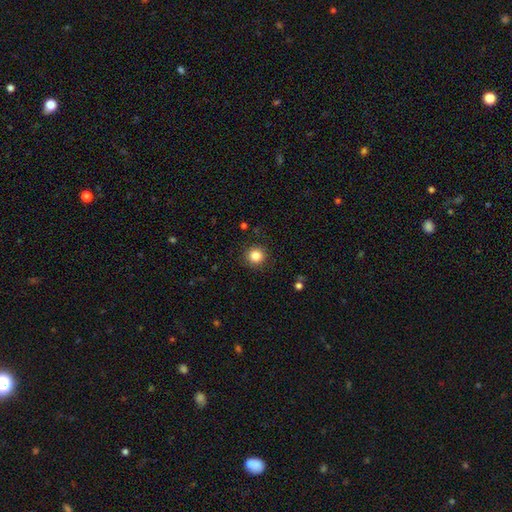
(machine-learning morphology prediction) Smooth or featured: smooth — 84% (star or artifact — 11%)
How rounded: round — 94% (in between — 5%)
Merging: none — 90% (minor disturbance — 7%)